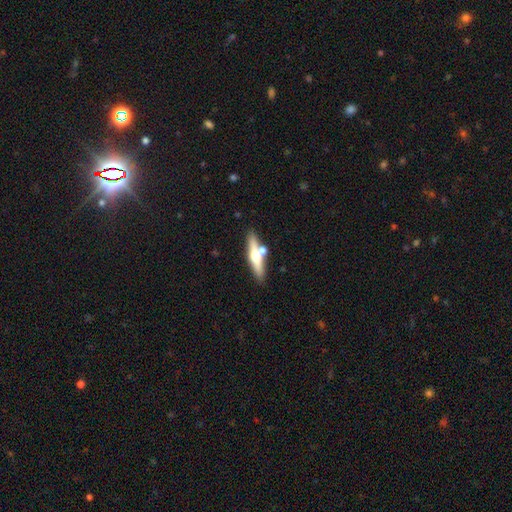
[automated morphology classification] Smooth or featured: featured or disk — 55% (smooth — 39%)
Edge-on disk: yes — 93% (no — 7%)
Edge-on bulge: rounded — 94% (none — 4%)
Merging: none — 72% (merger — 14%)